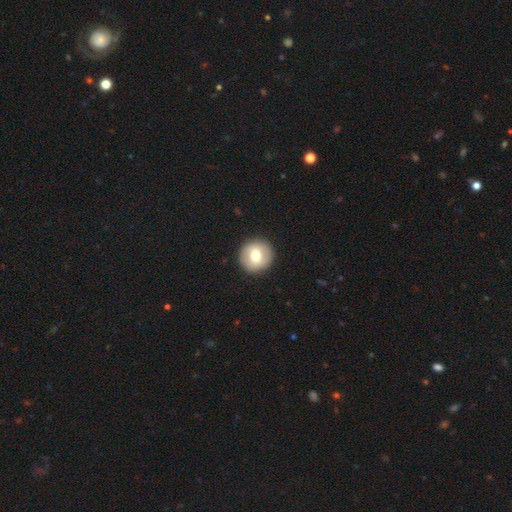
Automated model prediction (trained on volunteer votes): Q: Smooth or featured?
A: smooth (66%); runner-up: featured or disk (27%)
Q: How rounded?
A: round (94%); runner-up: in between (5%)
Q: Merging?
A: none (91%); runner-up: minor disturbance (6%)